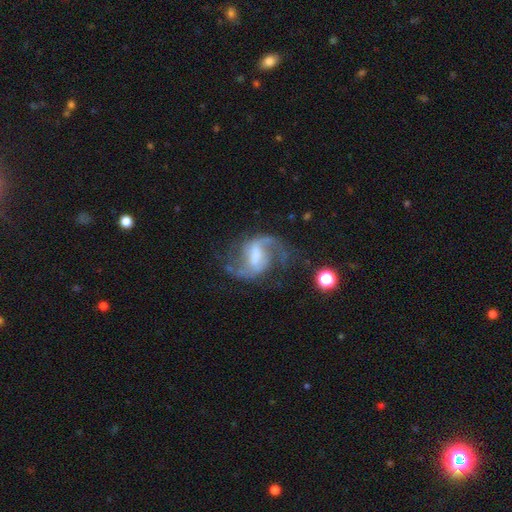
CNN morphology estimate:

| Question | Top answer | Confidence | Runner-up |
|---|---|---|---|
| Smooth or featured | featured or disk | 87% | smooth (7%) |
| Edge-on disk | no | 98% | yes (2%) |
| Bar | weak | 52% | strong (33%) |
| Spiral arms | yes | 96% | no (4%) |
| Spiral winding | loose | 49% | medium (43%) |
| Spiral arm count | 2 | 90% | can't tell (3%) |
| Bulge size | moderate | 34% | none (25%) |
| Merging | none | 63% | minor disturbance (17%) |